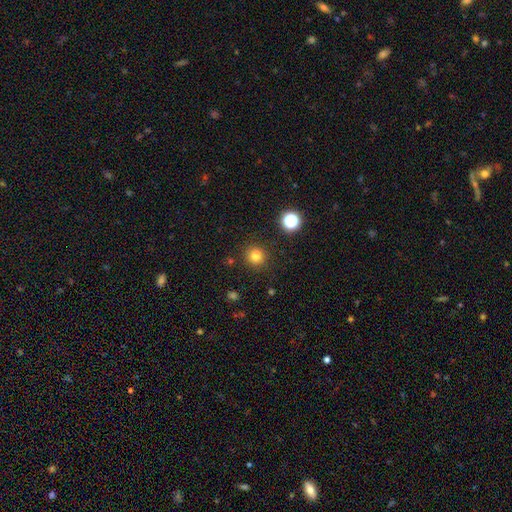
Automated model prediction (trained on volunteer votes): This is likely a smooth galaxy (80%). How rounded: clearly round (91%). Merging: clearly none (87%).